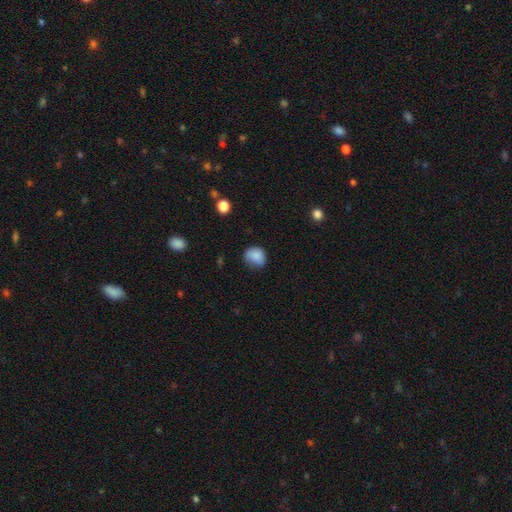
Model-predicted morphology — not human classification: A smooth galaxy with no disk features (85%) that is round (63%).

Vote fractions:
- Smooth or featured? smooth: 85% / star or artifact: 9% / featured or disk: 6%
- How rounded? round: 63% / in between: 36% / cigar-shaped: 1%
- Merging? none: 58% / minor disturbance: 32% / major disturbance: 8% / merger: 2%